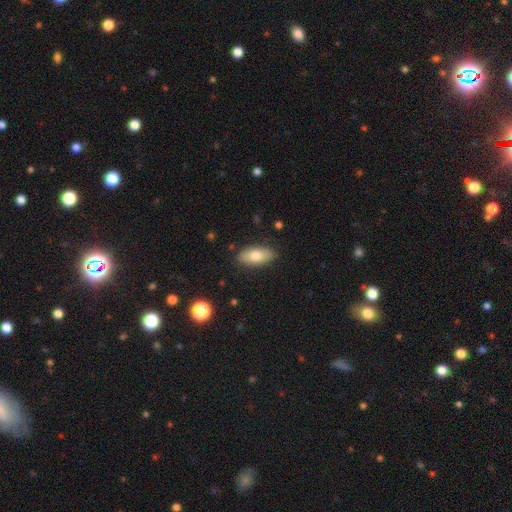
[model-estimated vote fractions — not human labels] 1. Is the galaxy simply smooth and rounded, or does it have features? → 75% smooth, 19% featured or disk, 7% star or artifact.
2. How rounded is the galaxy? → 89% in between, 8% cigar-shaped, 3% round.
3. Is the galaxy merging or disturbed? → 86% none, 10% minor disturbance, 2% major disturbance, 1% merger.